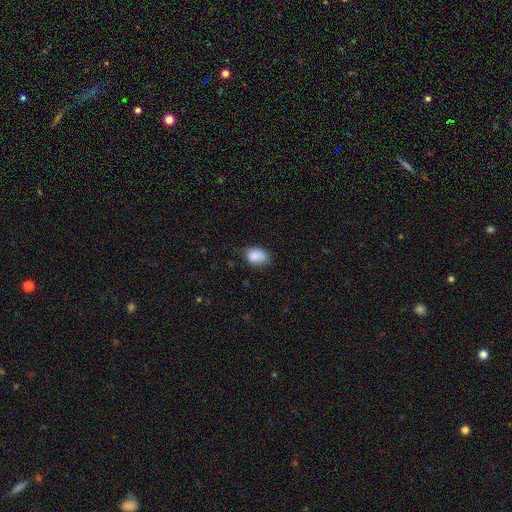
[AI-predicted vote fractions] Smooth or featured? Predicted: smooth (p=0.87). How rounded? Predicted: in between (p=0.81). Merging? Predicted: none (p=0.66).